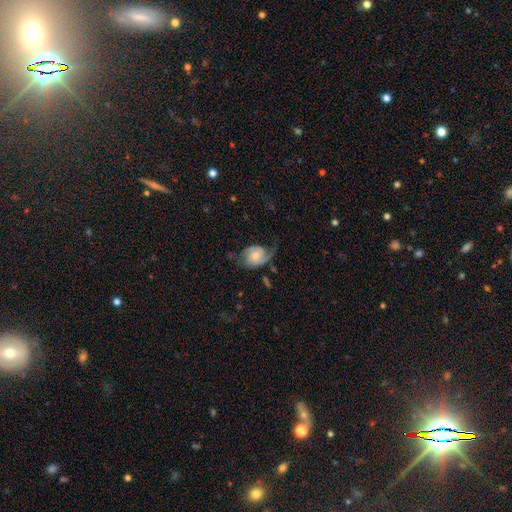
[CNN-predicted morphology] Smooth or featured? Predicted: featured or disk (p=0.67). Edge-on disk? Predicted: no (p=0.97). Bar? Predicted: no (p=0.68). Spiral arms? Predicted: yes (p=0.91). Spiral winding? Predicted: medium (p=0.41). Spiral arm count? Predicted: 2 (p=0.74). Bulge size? Predicted: moderate (p=0.54). Merging? Predicted: none (p=0.53).